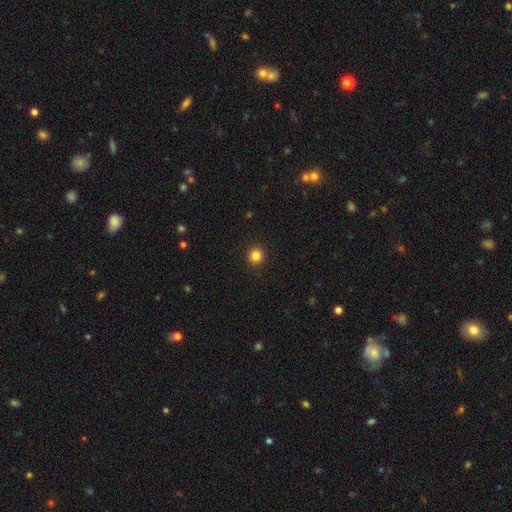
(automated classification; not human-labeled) smooth-or-featured: smooth: 84% | star or artifact: 11% | featured or disk: 4%
  how-rounded: round: 92% | in between: 7% | cigar-shaped: 1%
  merging: none: 93% | minor disturbance: 5% | major disturbance: 2% | merger: 1%